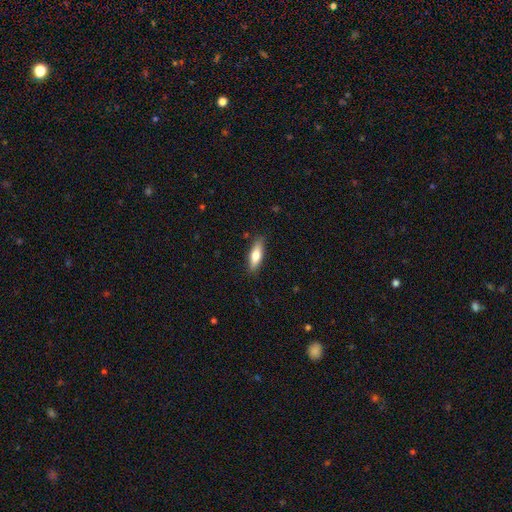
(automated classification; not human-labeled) smooth_or_featured: smooth (p=0.71) [alt: featured or disk p=0.23]
how_rounded: in between (p=0.54) [alt: cigar-shaped p=0.44]
merging: none (p=0.86) [alt: minor disturbance p=0.11]